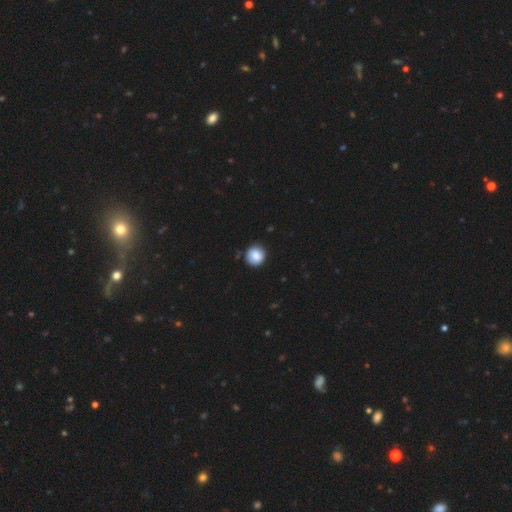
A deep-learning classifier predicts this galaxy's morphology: Smooth or featured? Predicted: smooth (p=0.86). How rounded? Predicted: round (p=0.90). Merging? Predicted: none (p=0.84).